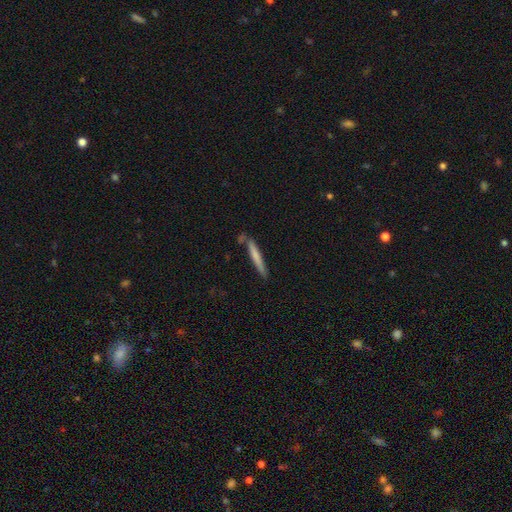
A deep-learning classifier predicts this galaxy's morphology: Overall: smooth (67%; featured or disk 27%). How rounded: cigar-shaped (95%). Merging: none (77%).